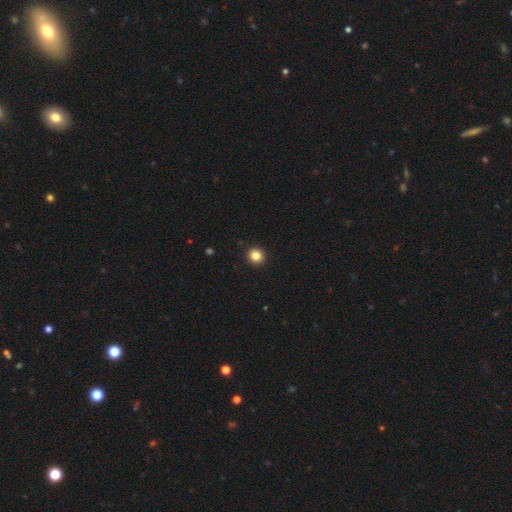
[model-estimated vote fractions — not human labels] This appears to be a smooth galaxy with no disk features (85%) that is round (91%). Merging: none (94%).